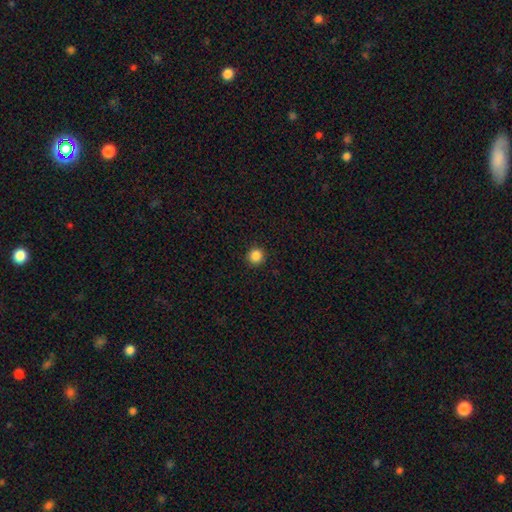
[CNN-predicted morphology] The model was most divided on "smooth or featured": smooth: 87%, star or artifact: 11%, featured or disk: 3%. More confident: how rounded — round (95%); merging — none (93%).